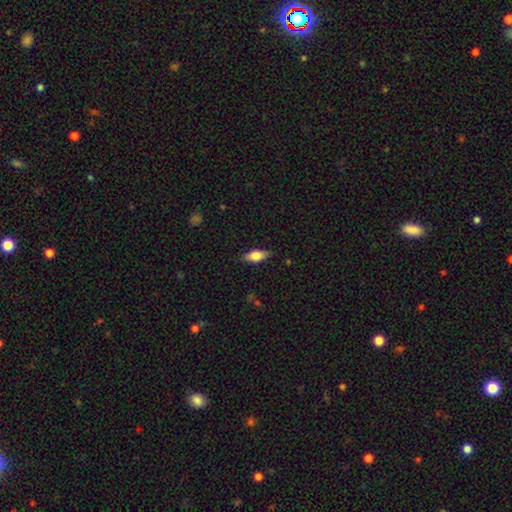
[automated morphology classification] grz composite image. It shows a smooth galaxy with no disk features (70%) that is in between round and cigar-shaped (79%). Merging: none (84%).